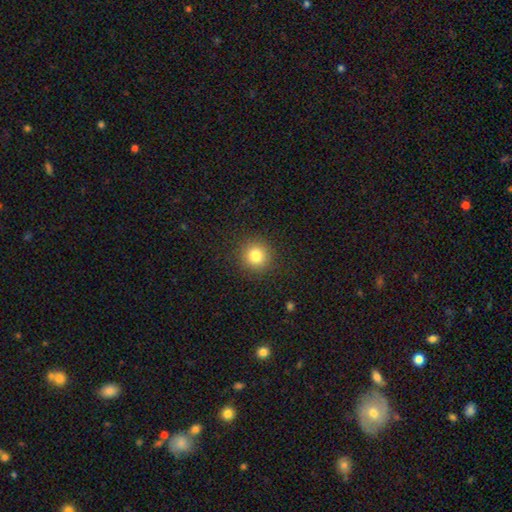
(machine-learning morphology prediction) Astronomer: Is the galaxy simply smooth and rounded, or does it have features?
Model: smooth — 82%.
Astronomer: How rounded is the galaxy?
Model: round — 94%.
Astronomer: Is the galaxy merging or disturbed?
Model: none — 91%.